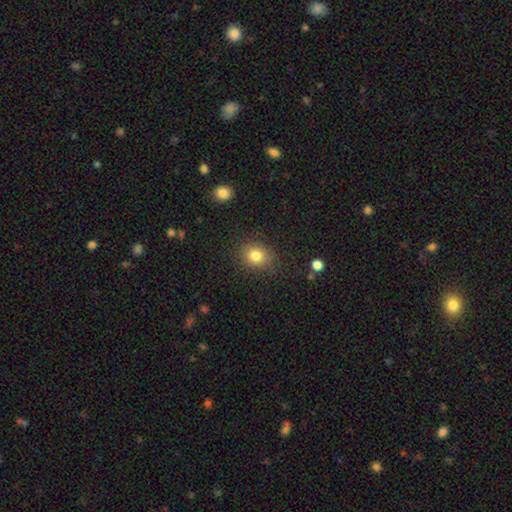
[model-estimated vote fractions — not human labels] Smooth or featured: smooth — 81% (star or artifact — 11%)
How rounded: round — 63% (in between — 36%)
Merging: none — 84% (minor disturbance — 11%)